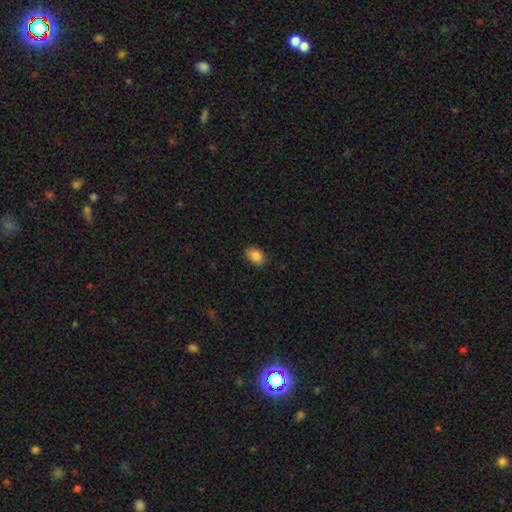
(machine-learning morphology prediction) type=smooth (86%); roundness=in between (77%); merging=none (84%).